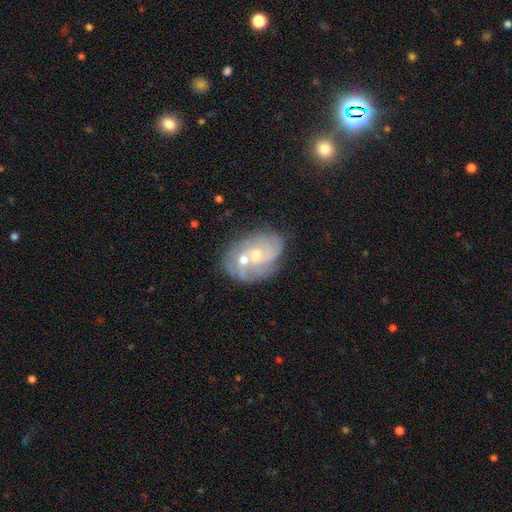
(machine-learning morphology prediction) A featured or disk galaxy (71%) with no bar (72%), tight (44%) spiral arms (78%) and a moderate central bulge (47%).

Vote fractions:
- Smooth or featured? featured or disk: 71% / smooth: 21% / star or artifact: 8%
- Edge-on disk? no: 97% / yes: 3%
- Bar? no: 72% / weak: 24% / strong: 4%
- Spiral arms? yes: 78% / no: 22%
- Spiral winding? tight: 44% / medium: 39% / loose: 17%
- Spiral arm count? can't tell: 39% / 3: 23% / 2: 20% / 4: 9% / 1: 5% / more than 4: 5%
- Bulge size? moderate: 47% / small: 46% / none: 3% / large: 3% / dominant: 1%
- Merging? none: 45% / merger: 29% / minor disturbance: 17% / major disturbance: 9%